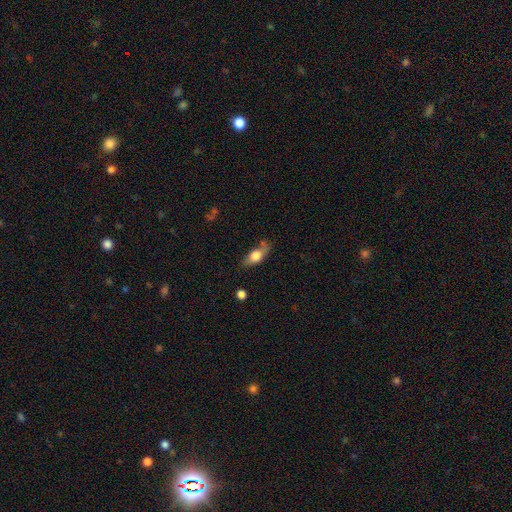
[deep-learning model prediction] Morphology: type=smooth (66%); roundness=in between (77%); merging=none (53%).